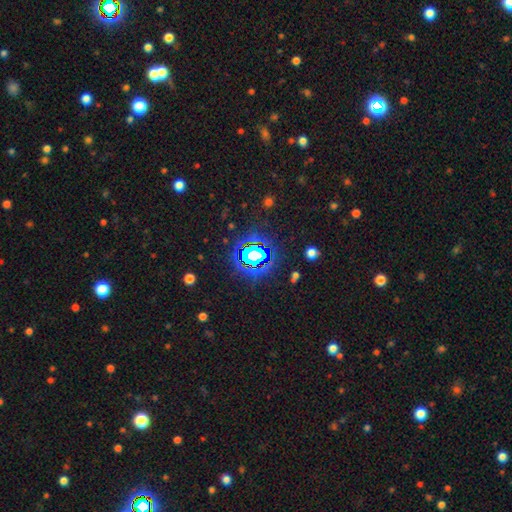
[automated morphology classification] smooth-or-featured: star or artifact: 72% | smooth: 16% | featured or disk: 11%